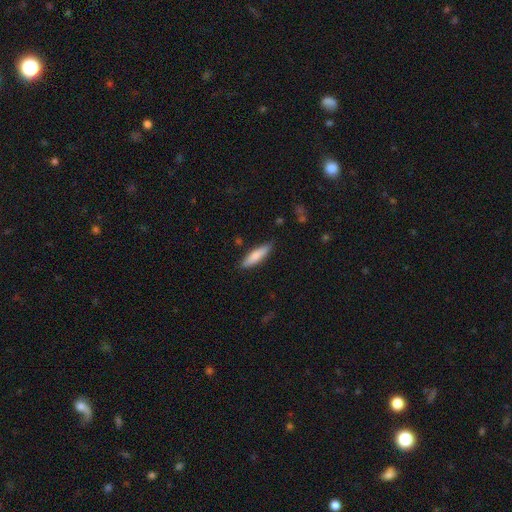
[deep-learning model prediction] Q: Smooth or featured?
A: smooth (78%); runner-up: featured or disk (17%)
Q: How rounded?
A: cigar-shaped (72%); runner-up: in between (27%)
Q: Merging?
A: none (83%); runner-up: minor disturbance (13%)